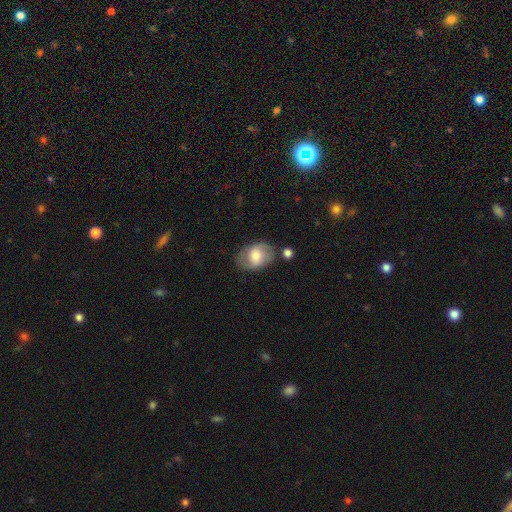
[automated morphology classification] Overall: smooth (61%; featured or disk 32%). How rounded: in between (78%). Merging: none (67%).